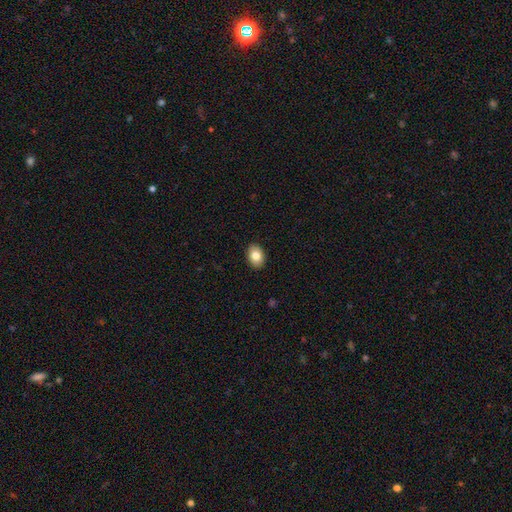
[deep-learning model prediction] The model was most divided on "how rounded": in between: 80%, round: 19%, cigar-shaped: 1%. More confident: merging — none (90%); smooth or featured — smooth (82%).